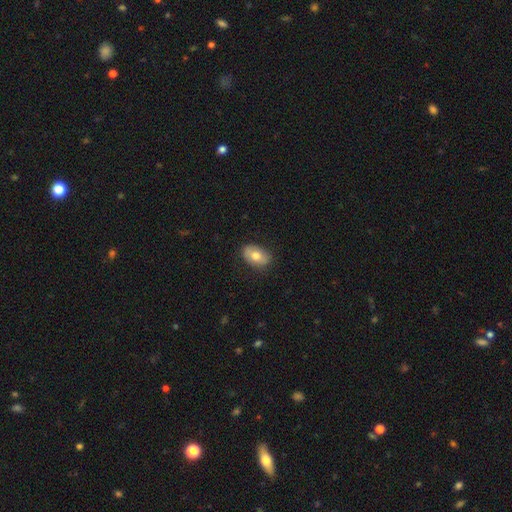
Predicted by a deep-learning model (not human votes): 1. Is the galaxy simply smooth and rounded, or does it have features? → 69% smooth, 24% featured or disk, 7% star or artifact.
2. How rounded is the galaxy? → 87% in between, 11% round, 2% cigar-shaped.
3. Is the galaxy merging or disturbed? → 83% none, 13% minor disturbance, 3% major disturbance, 1% merger.